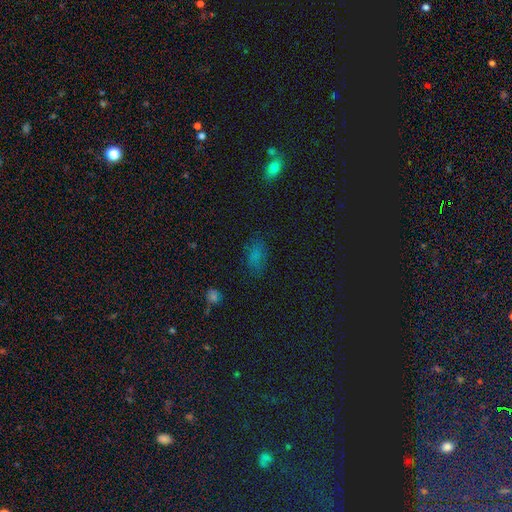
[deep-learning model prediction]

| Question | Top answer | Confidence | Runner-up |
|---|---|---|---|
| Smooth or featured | smooth | 69% | star or artifact (23%) |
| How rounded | in between | 88% | round (7%) |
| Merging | none | 72% | minor disturbance (19%) |